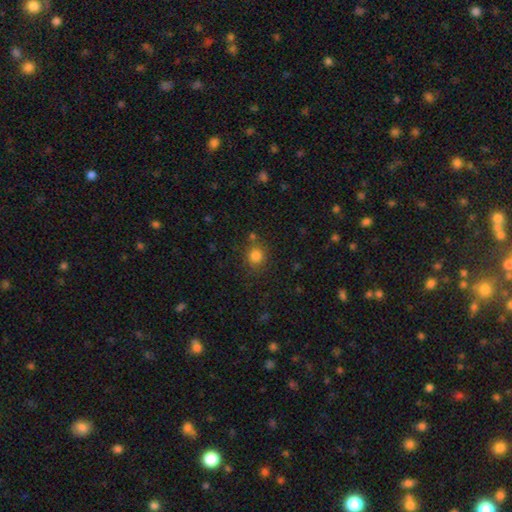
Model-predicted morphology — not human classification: Q: Smooth or featured?
A: smooth (81%); runner-up: star or artifact (13%)
Q: How rounded?
A: round (88%); runner-up: in between (11%)
Q: Merging?
A: none (77%); runner-up: minor disturbance (11%)